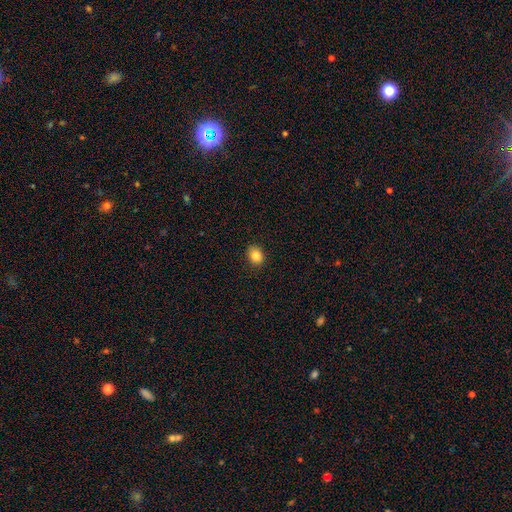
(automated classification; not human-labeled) This is clearly a smooth galaxy (84%). How rounded: likely round (61%). Merging: clearly none (89%).